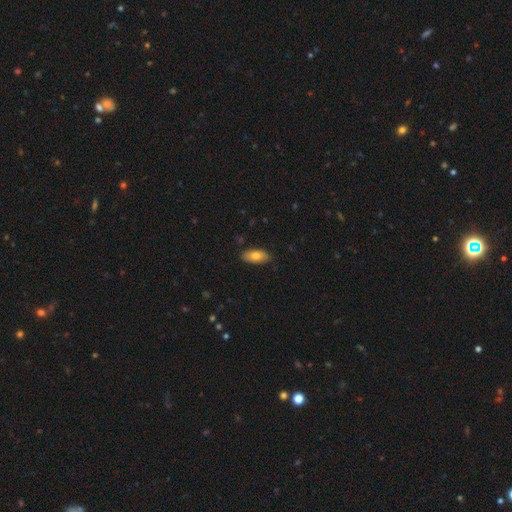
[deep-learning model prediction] smooth-or-featured: smooth: 76% | featured or disk: 17% | star or artifact: 6%
  how-rounded: in between: 91% | cigar-shaped: 7% | round: 3%
  merging: none: 86% | minor disturbance: 11% | major disturbance: 2% | merger: 1%